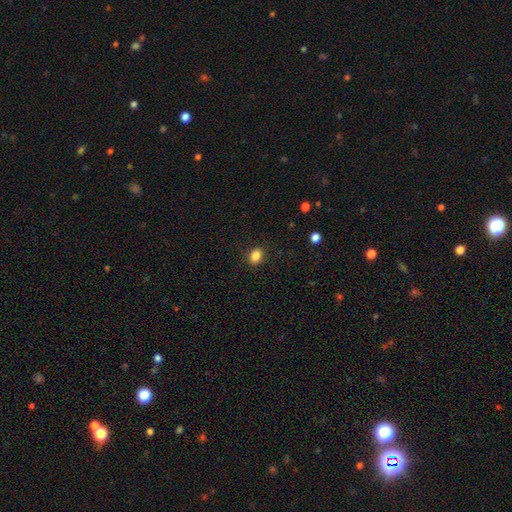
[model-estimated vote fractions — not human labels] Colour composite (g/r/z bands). It shows a smooth galaxy with no disk features (85%) that is in between round and cigar-shaped (61%). Merging: none (88%).